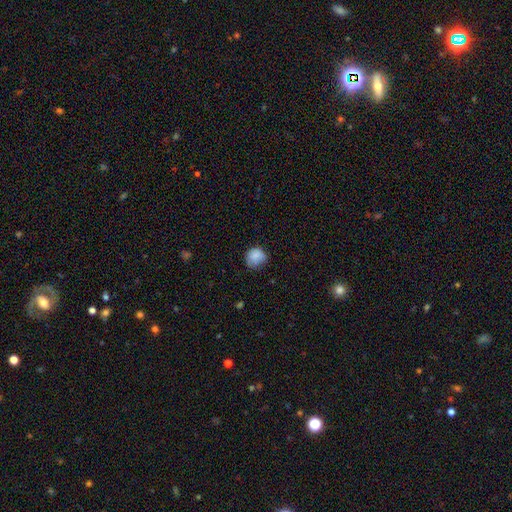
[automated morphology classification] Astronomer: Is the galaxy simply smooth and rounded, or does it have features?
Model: smooth — 84%.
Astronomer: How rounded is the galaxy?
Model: round — 81%.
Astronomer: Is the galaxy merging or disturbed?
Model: none — 65%.